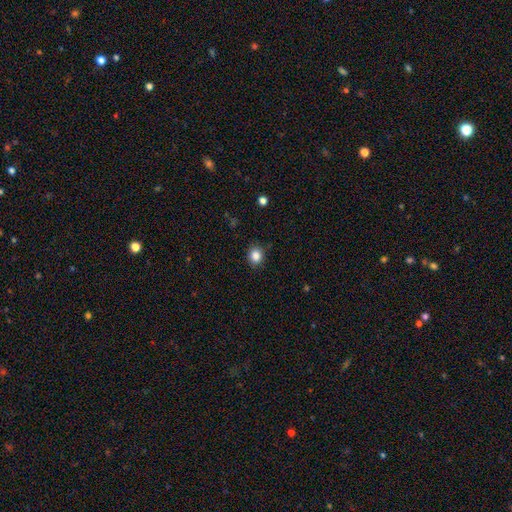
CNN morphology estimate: Overall: smooth (85%). How rounded: round (70%). Merging: none (86%).